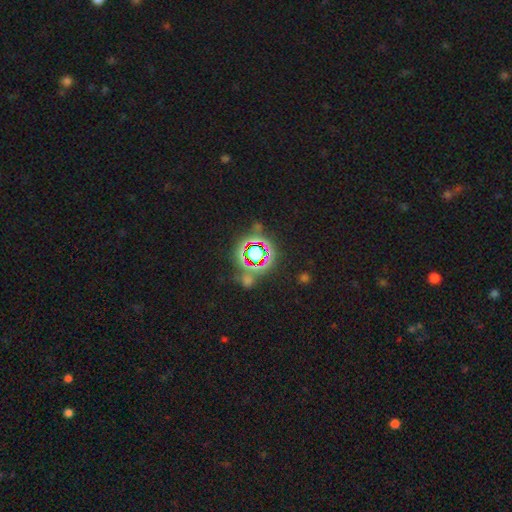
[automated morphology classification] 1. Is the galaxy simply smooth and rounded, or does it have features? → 70% star or artifact, 19% smooth, 10% featured or disk.